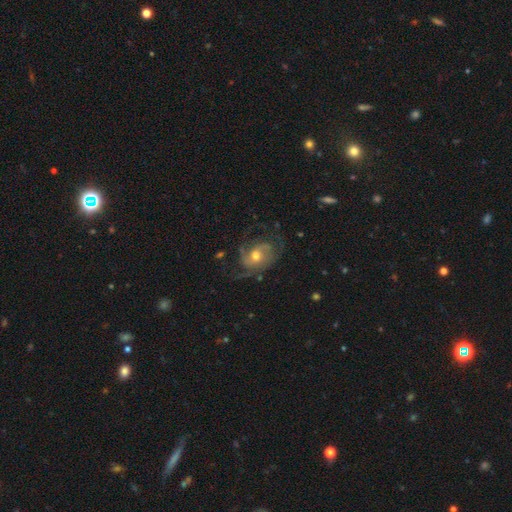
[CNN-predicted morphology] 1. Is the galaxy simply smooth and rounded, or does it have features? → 77% featured or disk, 16% smooth, 7% star or artifact.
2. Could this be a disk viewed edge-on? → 97% no, 3% yes.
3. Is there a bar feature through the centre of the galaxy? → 66% no, 28% weak, 6% strong.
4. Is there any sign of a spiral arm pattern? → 89% yes, 11% no.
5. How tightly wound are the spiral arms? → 44% medium, 30% tight, 26% loose.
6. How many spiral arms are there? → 44% 2, 22% can't tell, 19% 3, 8% 1, 4% 4, 3% more than 4.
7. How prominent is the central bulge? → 65% moderate, 28% small, 4% large, 1% none, 1% dominant.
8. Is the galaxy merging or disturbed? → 54% none, 22% minor disturbance, 22% major disturbance, 2% merger.